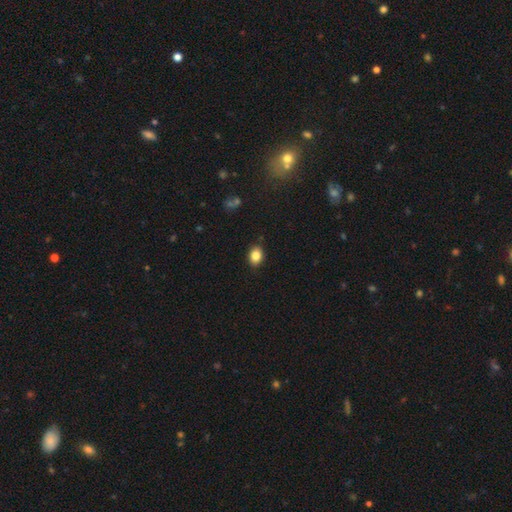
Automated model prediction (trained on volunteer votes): Q: Smooth or featured?
A: smooth (85%); runner-up: star or artifact (10%)
Q: How rounded?
A: in between (61%); runner-up: round (38%)
Q: Merging?
A: none (86%); runner-up: minor disturbance (10%)